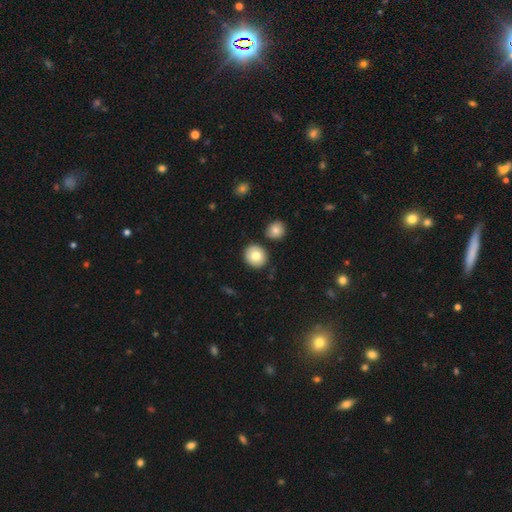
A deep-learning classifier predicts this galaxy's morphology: Overall: smooth (80%). How rounded: round (85%). Merging: none (86%).